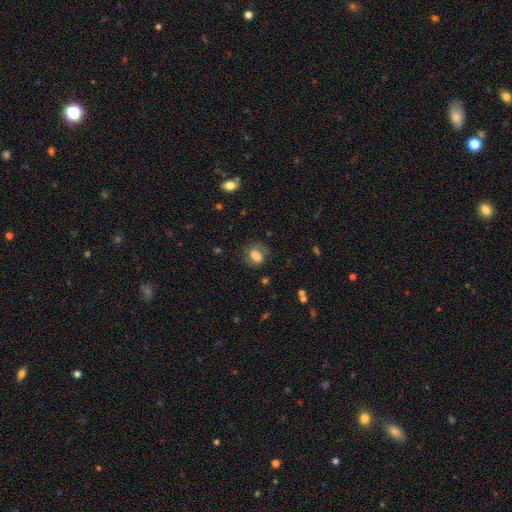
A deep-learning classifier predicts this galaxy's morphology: Smooth or featured: smooth — 61% (featured or disk — 29%)
How rounded: in between — 57% (round — 42%)
Merging: none — 66% (minor disturbance — 20%)